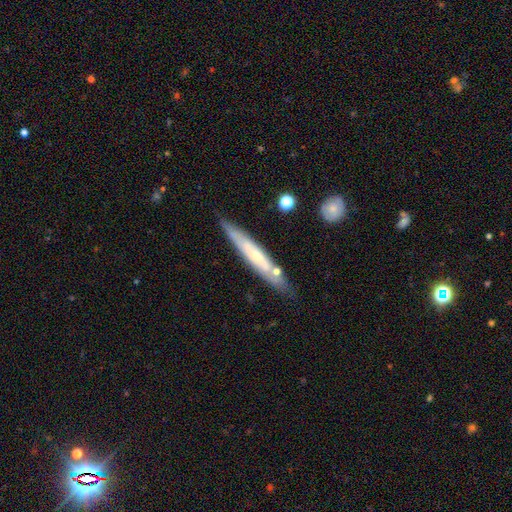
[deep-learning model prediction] The model was most divided on "smooth or featured": featured or disk: 56%, smooth: 38%, star or artifact: 6%. More confident: edge-on disk — yes (80%); merging — none (77%).